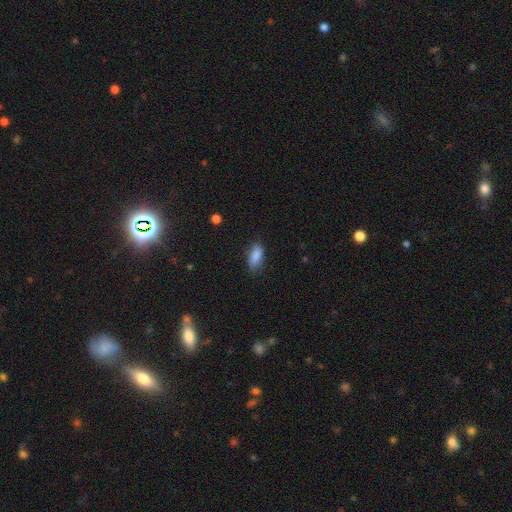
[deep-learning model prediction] Q: Smooth or featured?
A: smooth (87%); runner-up: star or artifact (7%)
Q: How rounded?
A: in between (86%); runner-up: cigar-shaped (12%)
Q: Merging?
A: none (75%); runner-up: minor disturbance (19%)